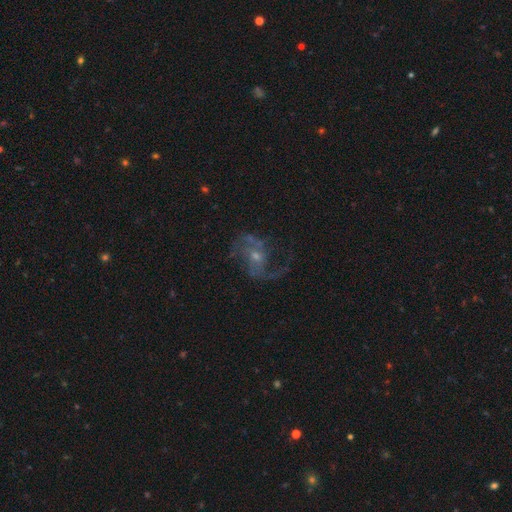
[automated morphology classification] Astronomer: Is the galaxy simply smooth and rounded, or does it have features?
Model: featured or disk — 81%.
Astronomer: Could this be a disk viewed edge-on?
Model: no — 97%.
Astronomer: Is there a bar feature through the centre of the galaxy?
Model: no — 60%.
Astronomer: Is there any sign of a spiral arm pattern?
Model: yes — 89%.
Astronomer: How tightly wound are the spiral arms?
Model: loose — 53% (runner-up: medium, 38%).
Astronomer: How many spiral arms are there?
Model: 2 — 73%.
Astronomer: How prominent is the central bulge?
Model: small — 54% (runner-up: moderate, 39%).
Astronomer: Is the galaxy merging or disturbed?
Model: none — 56%.